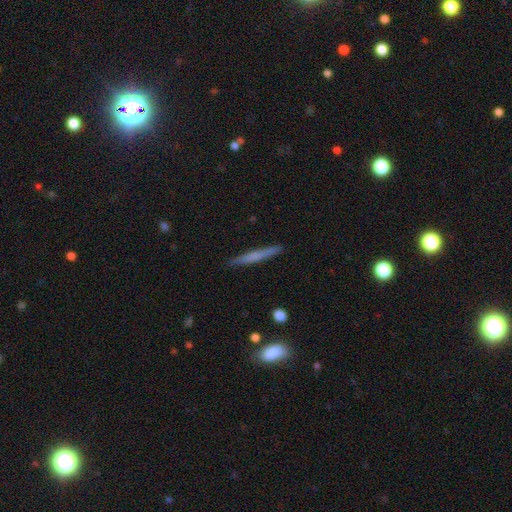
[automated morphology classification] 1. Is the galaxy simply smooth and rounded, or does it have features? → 55% smooth, 38% featured or disk, 6% star or artifact.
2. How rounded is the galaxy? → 95% cigar-shaped, 3% in between, 2% round.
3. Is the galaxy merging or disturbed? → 89% none, 8% minor disturbance, 2% major disturbance, 1% merger.